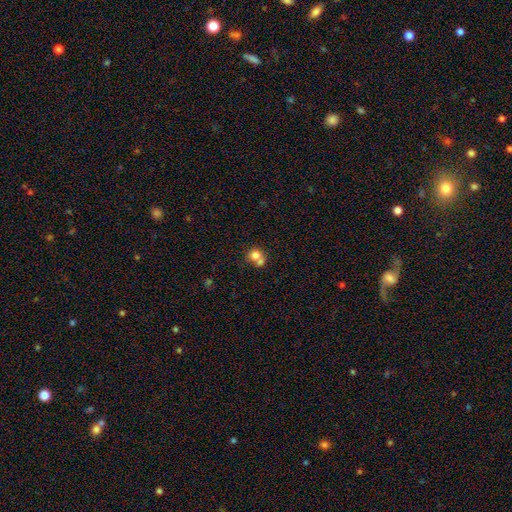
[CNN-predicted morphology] This is likely a smooth galaxy (76%). How rounded: clearly round (80%). Merging: possibly merger (52%).